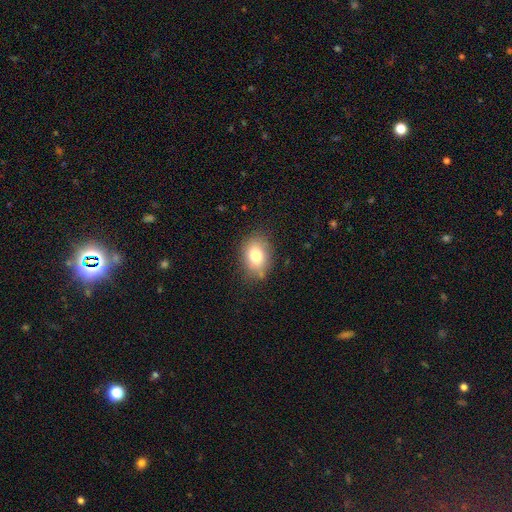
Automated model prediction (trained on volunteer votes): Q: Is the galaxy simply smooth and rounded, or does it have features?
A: smooth — 78%.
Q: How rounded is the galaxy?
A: in between — 68%.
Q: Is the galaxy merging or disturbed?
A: none — 79%.